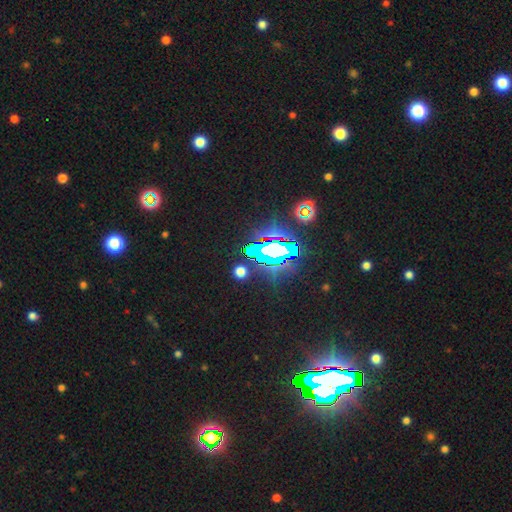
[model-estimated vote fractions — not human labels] This is likely a star or artifact rather than a galaxy (73%).